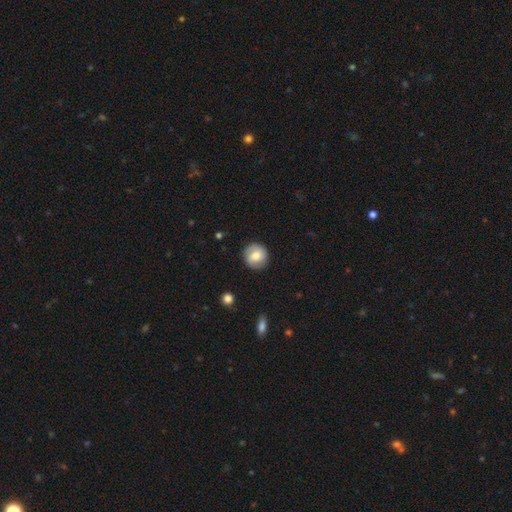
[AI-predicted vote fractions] Smooth or featured?
  - smooth: 58% *
  - featured or disk: 34%
  - star or artifact: 8%
How rounded?
  - round: 90% *
  - in between: 9%
  - cigar-shaped: 1%
Merging?
  - none: 85% *
  - minor disturbance: 11%
  - major disturbance: 3%
  - merger: 1%